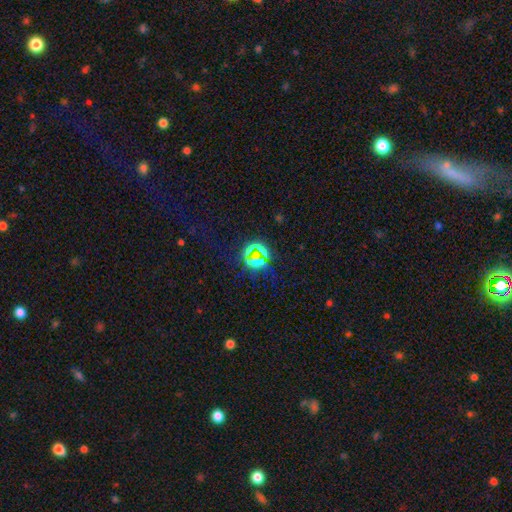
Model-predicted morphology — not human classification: Overall: star or artifact (63%; smooth 26%).